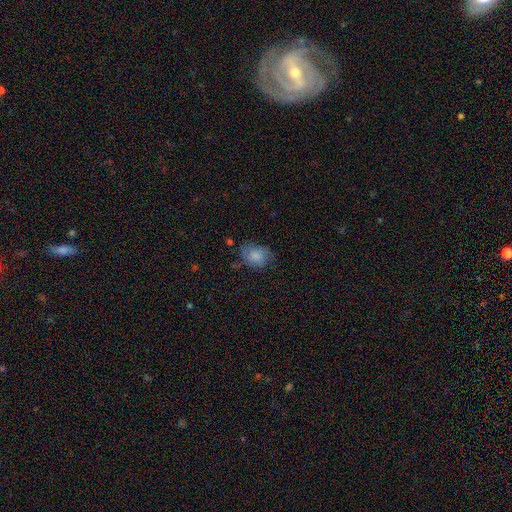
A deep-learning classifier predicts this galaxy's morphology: The model was most divided on "how rounded": in between: 62%, round: 37%, cigar-shaped: 1%. More confident: smooth or featured — smooth (77%); merging — none (61%).